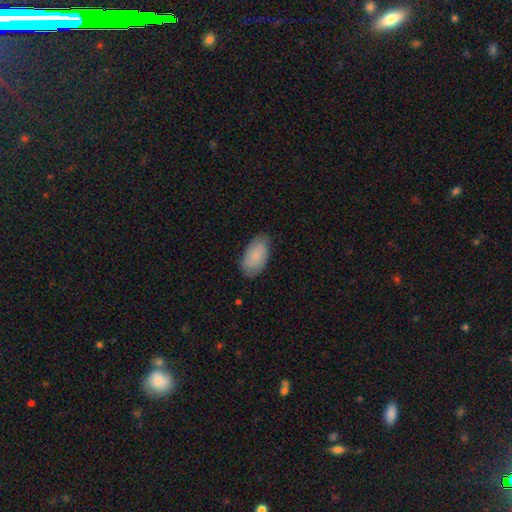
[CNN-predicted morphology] Smooth or featured?
  - smooth: 73% *
  - featured or disk: 21%
  - star or artifact: 6%
How rounded?
  - in between: 95% *
  - round: 3%
  - cigar-shaped: 2%
Merging?
  - none: 76% *
  - minor disturbance: 20%
  - major disturbance: 4%
  - merger: 1%